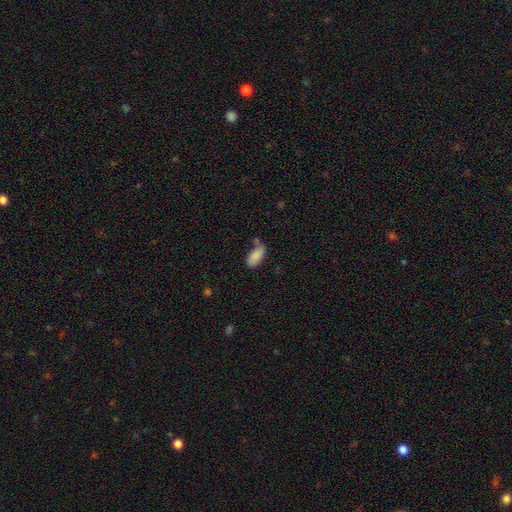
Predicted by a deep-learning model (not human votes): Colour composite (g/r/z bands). It shows a smooth galaxy with no disk features (87%) that is in between round and cigar-shaped (89%). Merging: none (58%).